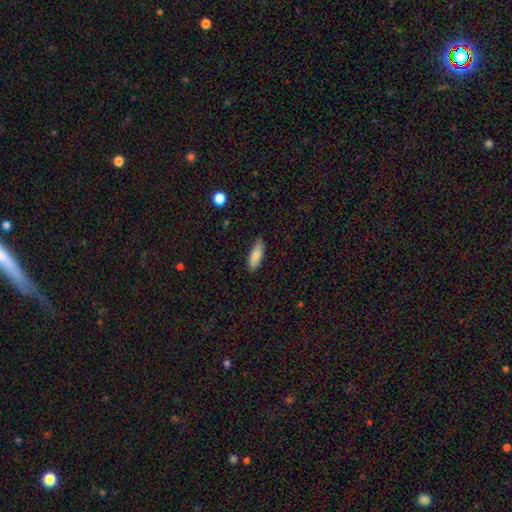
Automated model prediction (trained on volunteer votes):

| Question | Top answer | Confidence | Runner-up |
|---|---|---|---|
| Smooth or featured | smooth | 85% | featured or disk (9%) |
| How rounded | in between | 61% | cigar-shaped (38%) |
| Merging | none | 79% | minor disturbance (17%) |